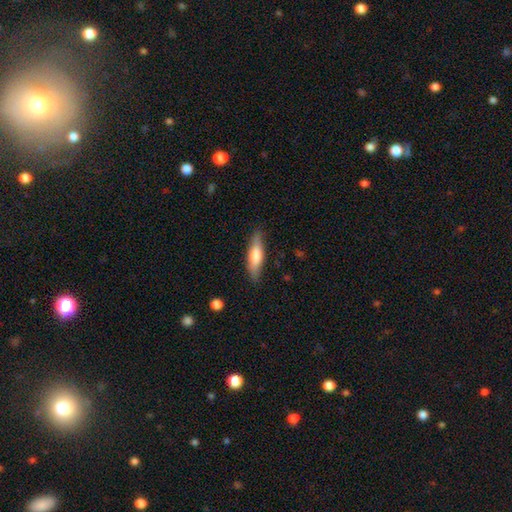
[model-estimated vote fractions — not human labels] smooth-or-featured: smooth: 66% | featured or disk: 29% | star or artifact: 6%
  how-rounded: cigar-shaped: 64% | in between: 34% | round: 2%
  merging: none: 85% | minor disturbance: 12% | major disturbance: 3% | merger: 1%